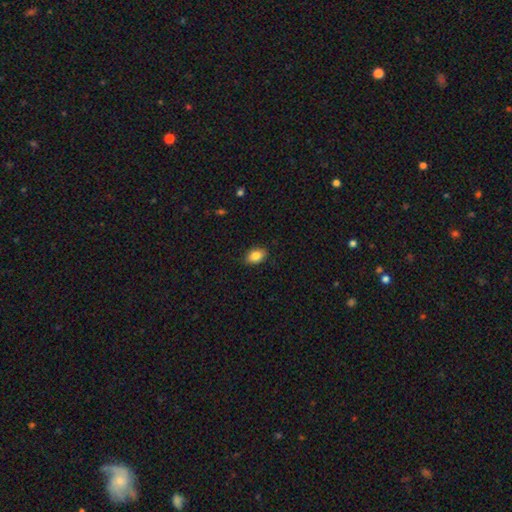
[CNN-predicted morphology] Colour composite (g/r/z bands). It shows a smooth galaxy with no disk features (84%) that is in between round and cigar-shaped (85%). Merging: none (84%).